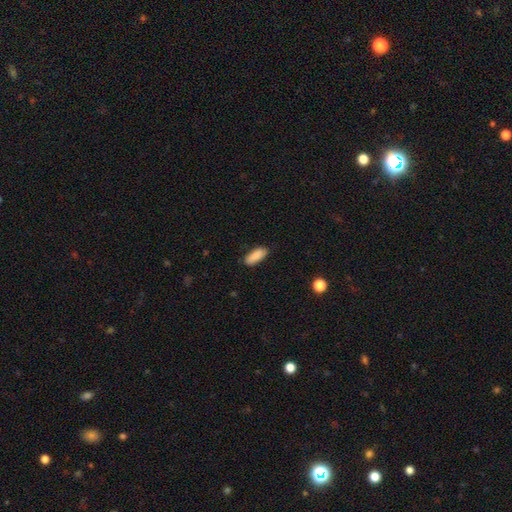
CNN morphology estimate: smooth-or-featured: smooth: 89% | star or artifact: 7% | featured or disk: 5%
  how-rounded: in between: 79% | cigar-shaped: 19% | round: 2%
  merging: none: 83% | minor disturbance: 13% | major disturbance: 2% | merger: 1%